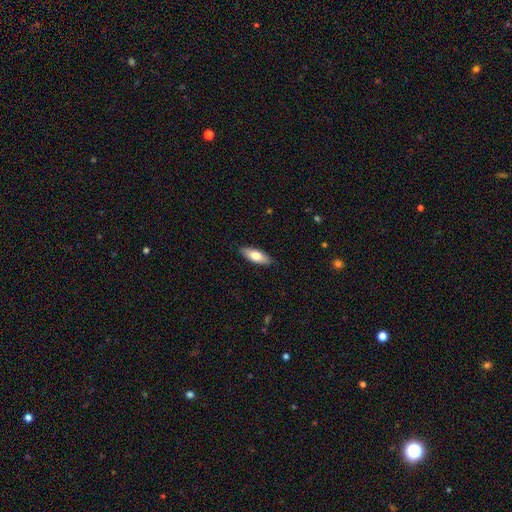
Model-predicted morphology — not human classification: Q: Smooth or featured?
A: smooth (73%); runner-up: featured or disk (21%)
Q: How rounded?
A: in between (72%); runner-up: cigar-shaped (26%)
Q: Merging?
A: none (88%); runner-up: minor disturbance (10%)